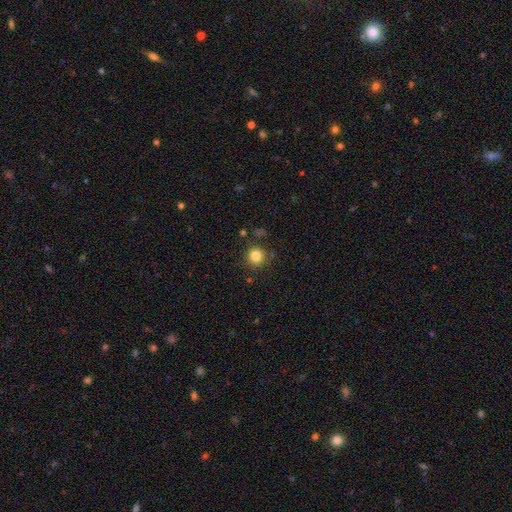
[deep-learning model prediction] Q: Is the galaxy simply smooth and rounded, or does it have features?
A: smooth — 83%.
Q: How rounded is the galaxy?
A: round — 91%.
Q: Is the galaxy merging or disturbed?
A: none — 82%.